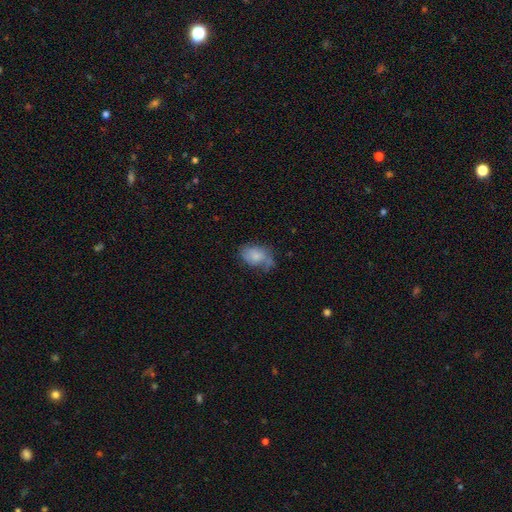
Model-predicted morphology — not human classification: The model was most divided on "merging": none: 45%, minor disturbance: 34%, major disturbance: 17%, merger: 5%. More confident: how rounded — in between (84%); smooth or featured — smooth (70%).